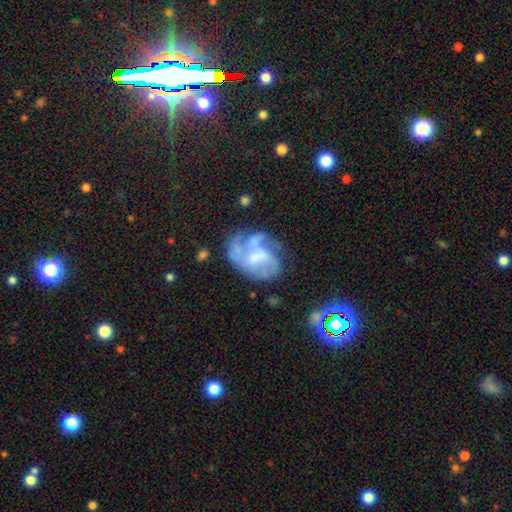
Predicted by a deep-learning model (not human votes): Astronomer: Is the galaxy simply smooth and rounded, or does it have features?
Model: featured or disk — 66%.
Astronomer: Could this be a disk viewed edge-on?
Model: no — 97%.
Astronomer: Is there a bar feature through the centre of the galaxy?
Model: no — 51% (runner-up: weak, 38%).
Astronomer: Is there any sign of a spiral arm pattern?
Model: yes — 59% (runner-up: no, 41%).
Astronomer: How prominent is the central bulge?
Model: none — 37% (runner-up: moderate, 30%).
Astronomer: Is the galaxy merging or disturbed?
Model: none — 41% (runner-up: major disturbance, 27%).